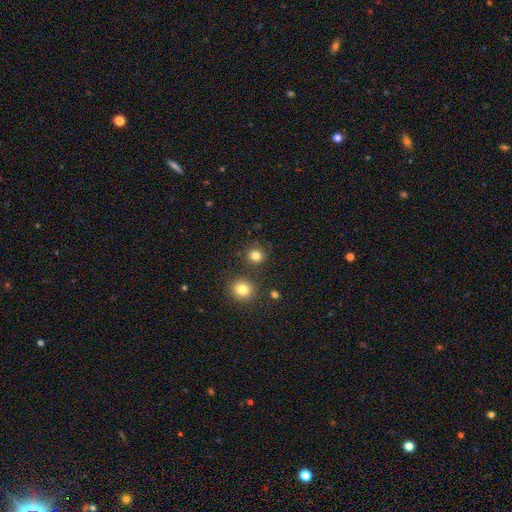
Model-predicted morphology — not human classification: smooth-or-featured: smooth: 80% | star or artifact: 14% | featured or disk: 6%
  how-rounded: round: 89% | in between: 10% | cigar-shaped: 1%
  merging: none: 84% | minor disturbance: 8% | merger: 5% | major disturbance: 3%